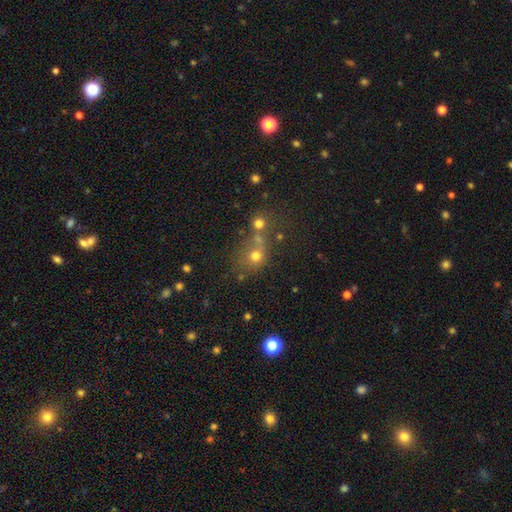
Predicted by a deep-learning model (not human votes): smooth_or_featured: smooth (p=0.66) [alt: star or artifact p=0.21]
how_rounded: round (p=0.77) [alt: in between p=0.22]
merging: none (p=0.44) [alt: merger p=0.38]